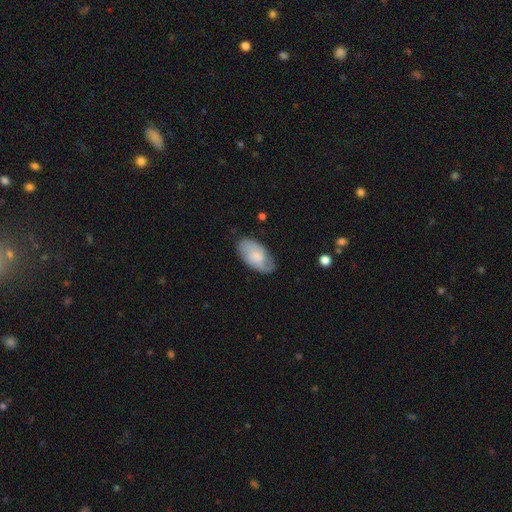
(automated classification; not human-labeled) This is possibly a smooth galaxy (53%). How rounded: clearly in between (95%). Merging: likely none (70%).